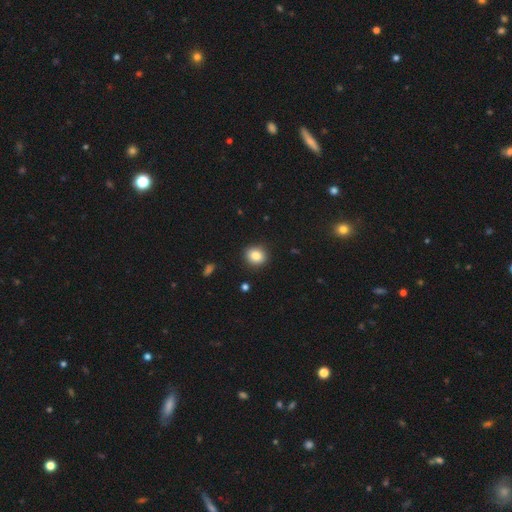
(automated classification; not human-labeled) This is clearly a smooth galaxy (85%). How rounded: likely round (76%). Merging: clearly none (90%).